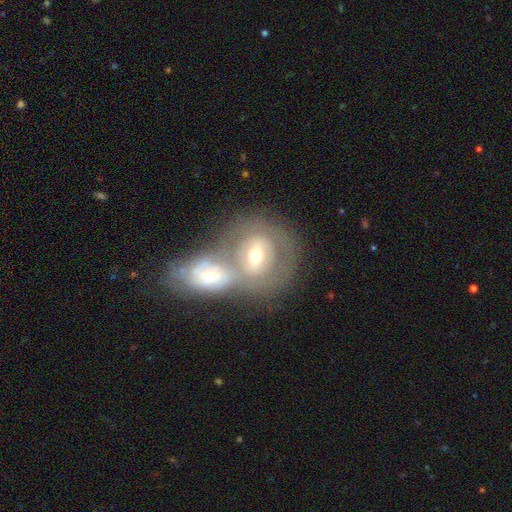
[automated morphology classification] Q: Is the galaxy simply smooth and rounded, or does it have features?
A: featured or disk — 51%.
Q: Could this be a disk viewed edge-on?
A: no — 92%.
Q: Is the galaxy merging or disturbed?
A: merger — 58%.